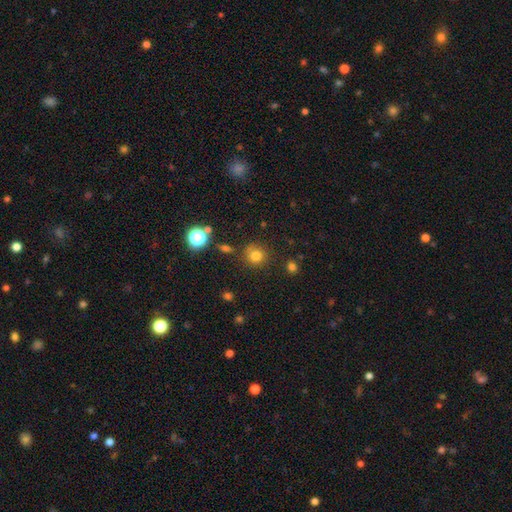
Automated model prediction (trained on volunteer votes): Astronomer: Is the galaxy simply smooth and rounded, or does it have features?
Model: smooth — 77%.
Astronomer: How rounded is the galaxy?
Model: round — 90%.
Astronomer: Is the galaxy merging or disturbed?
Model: none — 80%.